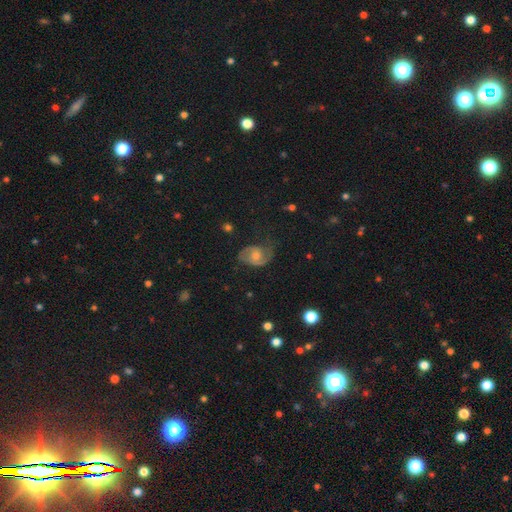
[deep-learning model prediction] smooth-or-featured: featured or disk: 67% | smooth: 24% | star or artifact: 9%
  disk-edge-on: no: 97% | yes: 3%
    bar: no: 63% | weak: 32% | strong: 5%
    has-spiral-arms: yes: 88% | no: 12%
      spiral-winding: medium: 47% | loose: 29% | tight: 23%
      spiral-arm-count: 2: 77% | 1: 10% | can't tell: 9% | 3: 1% | 4: 1% | more than 4: 1%
    bulge-size: moderate: 59% | small: 27% | large: 8% | none: 4% | dominant: 1%
  merging: none: 54% | minor disturbance: 25% | major disturbance: 19% | merger: 2%